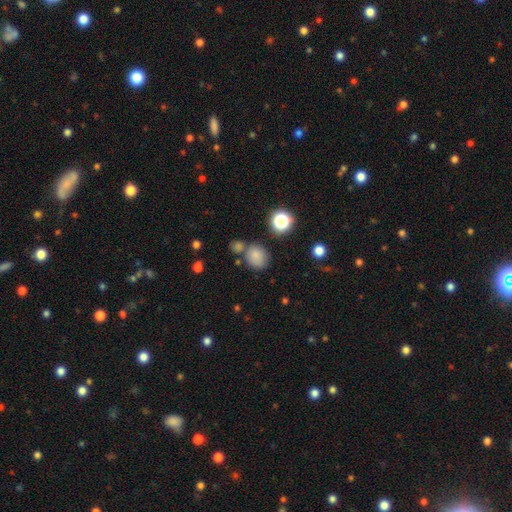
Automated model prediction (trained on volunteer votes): The model was most divided on "merging": none: 64%, merger: 18%, minor disturbance: 13%, major disturbance: 5%. More confident: smooth or featured — smooth (78%); how rounded — round (73%).